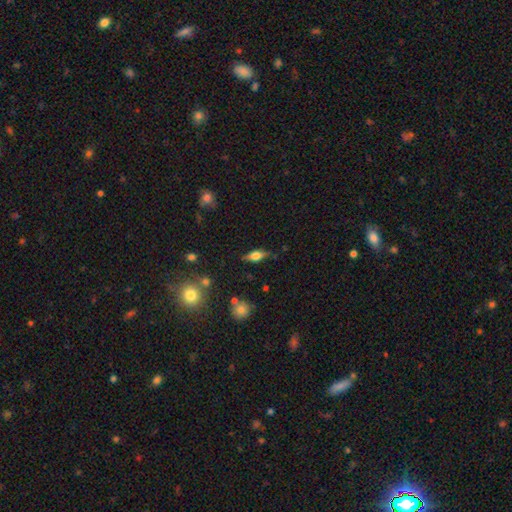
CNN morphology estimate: Overall: featured or disk (47%; smooth 44%). Merging: none (79%).